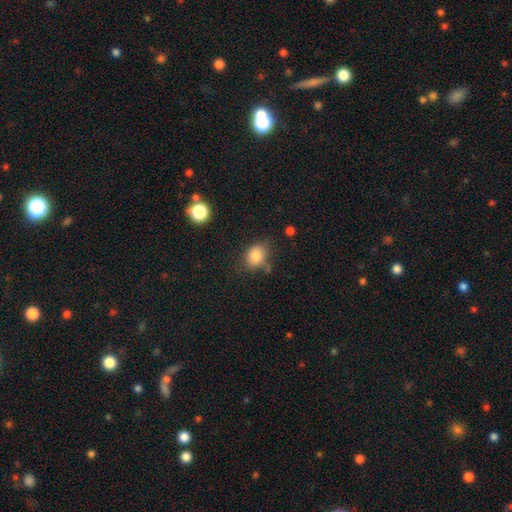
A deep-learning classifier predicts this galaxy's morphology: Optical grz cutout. It shows a smooth galaxy with no disk features (81%) that is in between round and cigar-shaped (50%). Merging: none (67%).